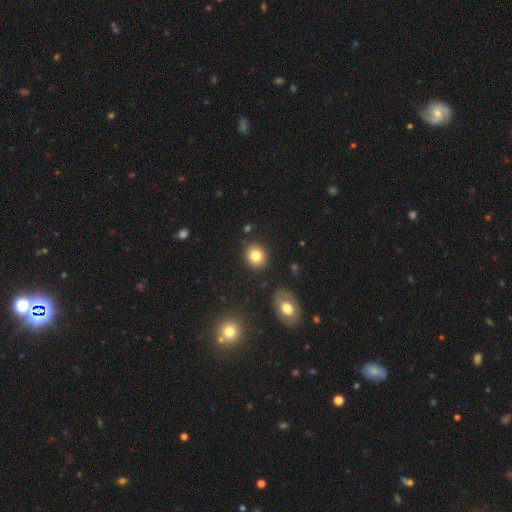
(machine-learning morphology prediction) The model was most divided on "how rounded": round: 67%, in between: 32%, cigar-shaped: 1%. More confident: merging — none (86%); smooth or featured — smooth (81%).